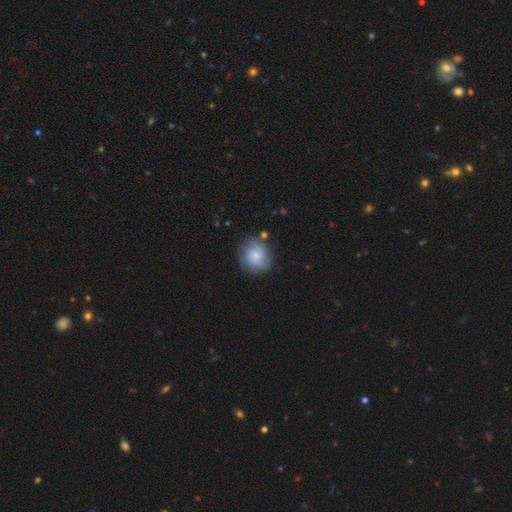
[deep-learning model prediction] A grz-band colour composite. It shows a smooth galaxy with no disk features (71%) that is round (78%). Merging: none (68%).